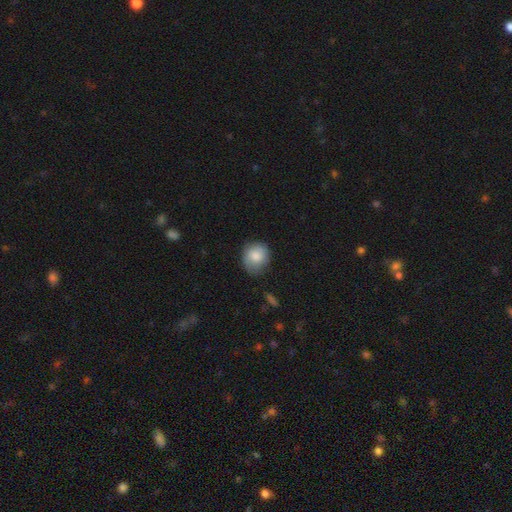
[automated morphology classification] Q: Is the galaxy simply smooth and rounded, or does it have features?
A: smooth — 81%.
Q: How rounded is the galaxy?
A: round — 74%.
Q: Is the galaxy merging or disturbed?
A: none — 66%.